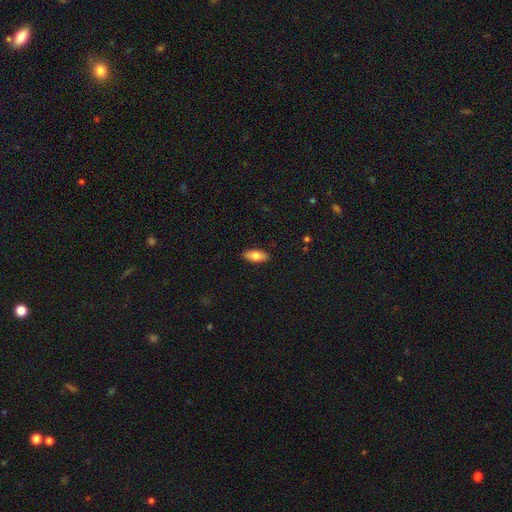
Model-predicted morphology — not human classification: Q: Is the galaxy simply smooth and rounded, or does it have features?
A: smooth — 79%.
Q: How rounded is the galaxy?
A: in between — 88%.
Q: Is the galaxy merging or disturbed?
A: none — 90%.